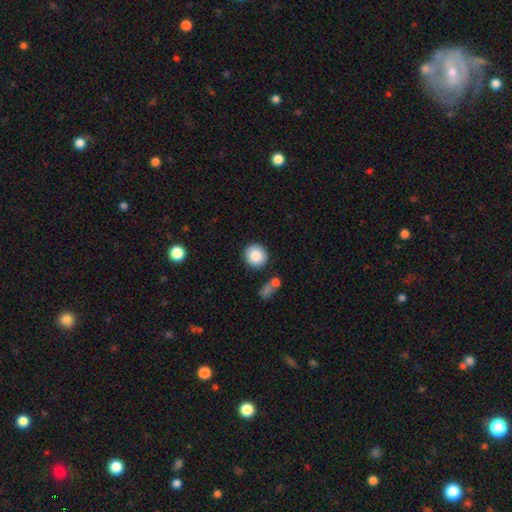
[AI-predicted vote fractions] This appears to be a smooth galaxy with no disk features (86%) that is round (90%). Merging: none (86%).